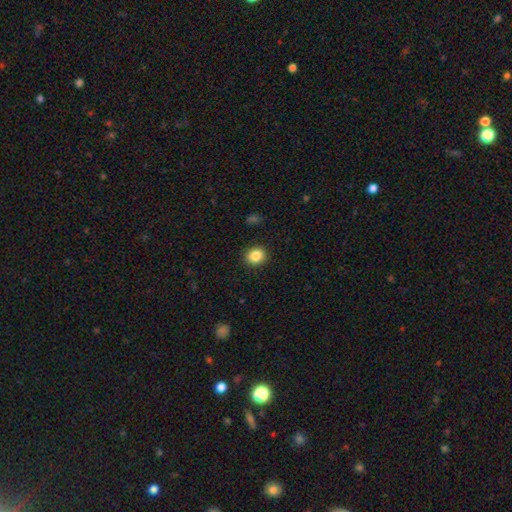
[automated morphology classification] This appears to be a smooth galaxy with no disk features (86%) that is round (75%). Merging: none (91%).